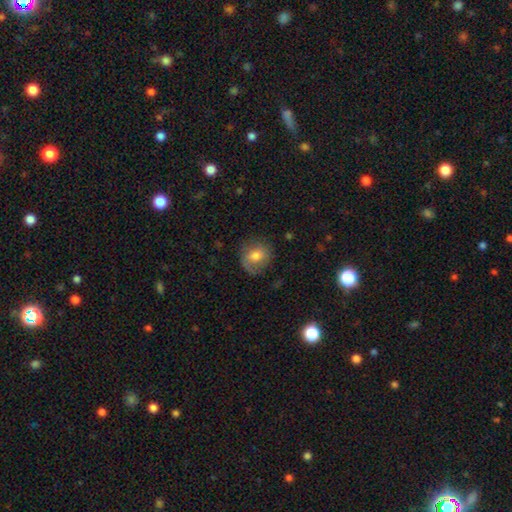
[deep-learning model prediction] A smooth galaxy with no disk features (71%) that is round (69%).

Vote fractions:
- Smooth or featured? smooth: 71% / featured or disk: 21% / star or artifact: 8%
- How rounded? round: 69% / in between: 30% / cigar-shaped: 1%
- Merging? none: 69% / minor disturbance: 21% / major disturbance: 8% / merger: 1%